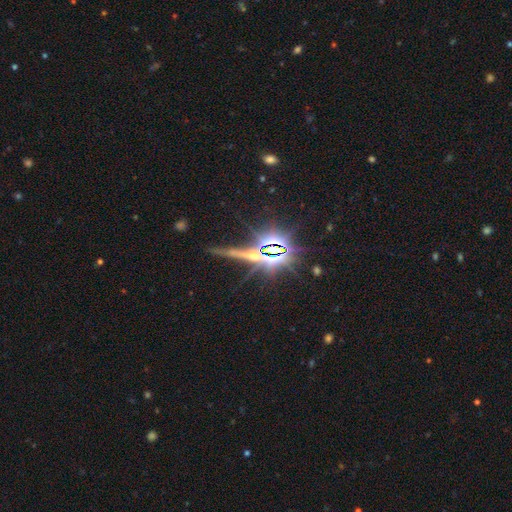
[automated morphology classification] Q: Smooth or featured?
A: star or artifact (67%); runner-up: featured or disk (23%)